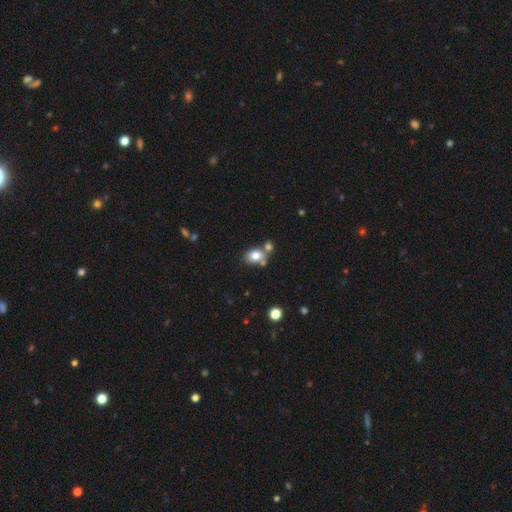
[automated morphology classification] A smooth galaxy with no disk features (79%) that is in between round and cigar-shaped (63%). Merging: none (52%).